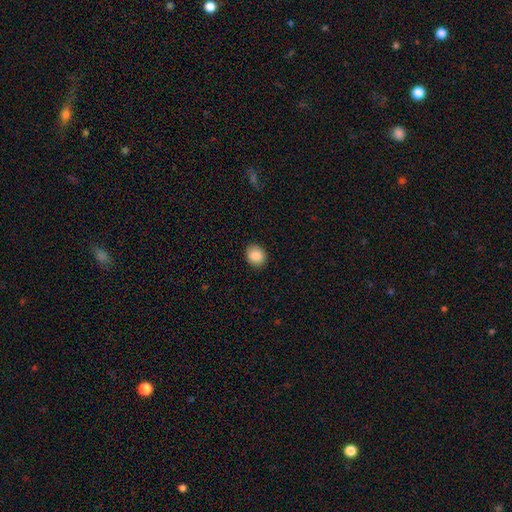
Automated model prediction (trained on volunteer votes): A smooth galaxy with no disk features (88%) that is round (63%). Merging: none (91%).